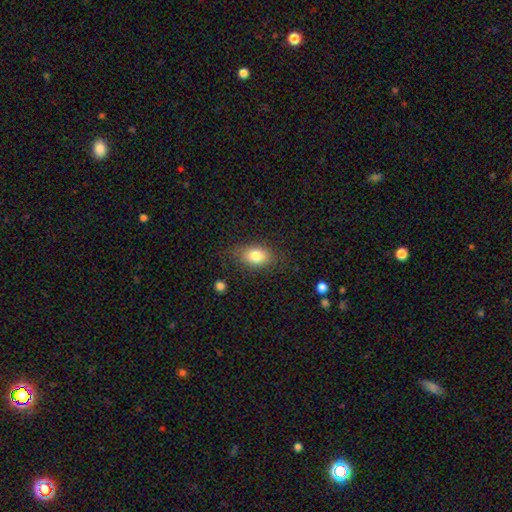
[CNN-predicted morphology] This is clearly a smooth galaxy (80%). How rounded: clearly in between (81%). Merging: likely none (77%).